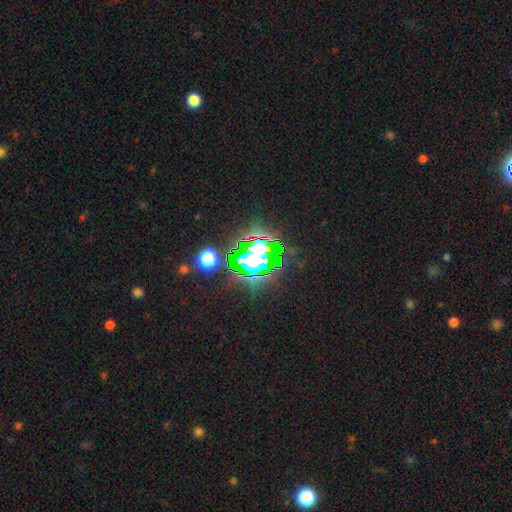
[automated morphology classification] type=star or artifact (66%).